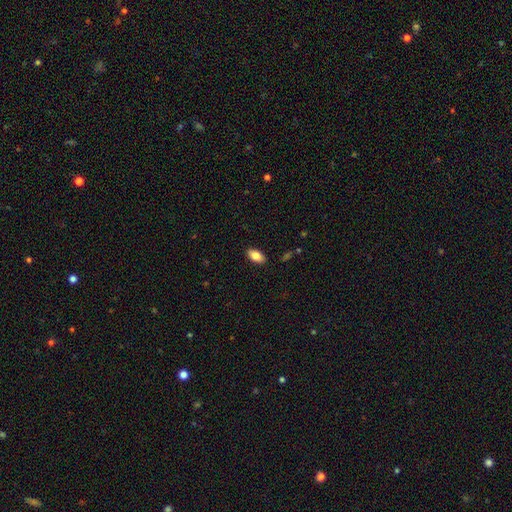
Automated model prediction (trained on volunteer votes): A smooth galaxy with no disk features (84%) that is in between round and cigar-shaped (92%). Merging: none (89%).